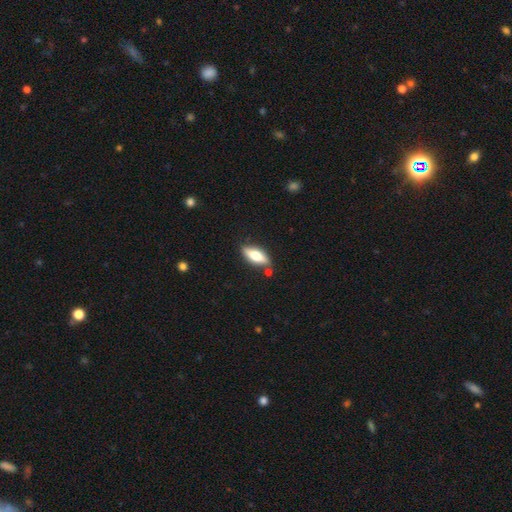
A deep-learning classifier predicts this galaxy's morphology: A smooth galaxy with no disk features (63%) that is in between round and cigar-shaped (69%). Merging: none (80%).